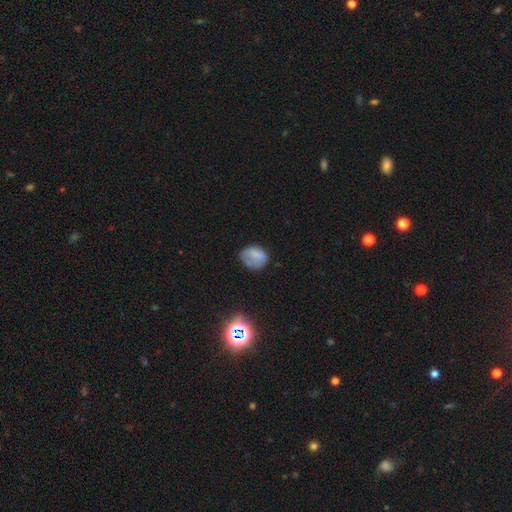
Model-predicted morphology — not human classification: Smooth or featured? smooth (70%)
How rounded? round (50%)
Merging? none (52%)